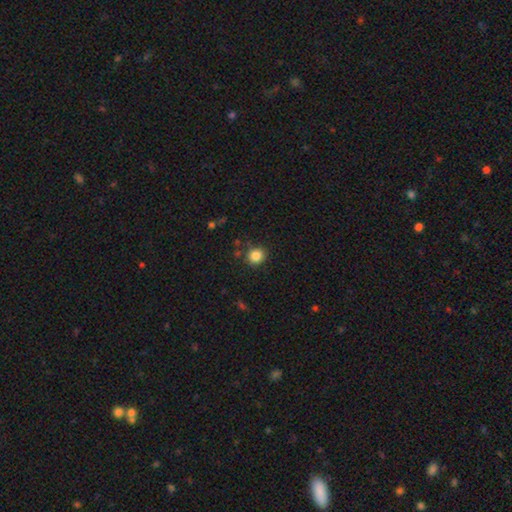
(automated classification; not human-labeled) smooth 85%, star or artifact 11%, featured or disk 4%. Down the decision tree: how rounded — round (84%); merging — none (85%).